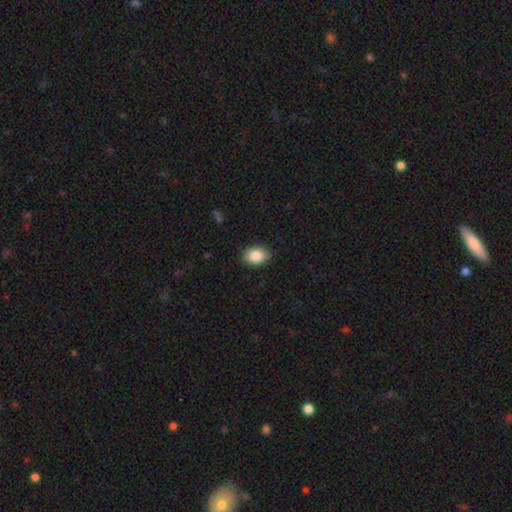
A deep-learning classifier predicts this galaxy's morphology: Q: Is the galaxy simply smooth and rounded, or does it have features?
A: smooth — 87%.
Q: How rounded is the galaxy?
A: in between — 80%.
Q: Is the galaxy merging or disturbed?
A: none — 87%.